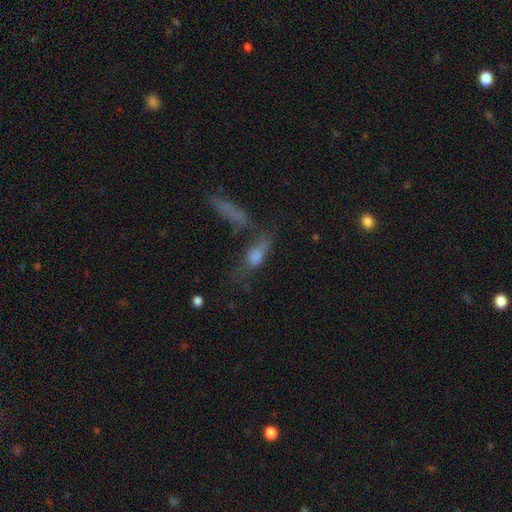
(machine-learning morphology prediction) smooth-or-featured: smooth: 55% | featured or disk: 29% | star or artifact: 16%
  how-rounded: in between: 55% | cigar-shaped: 33% | round: 12%
  merging: none: 36% | merger: 24% | major disturbance: 23% | minor disturbance: 17%